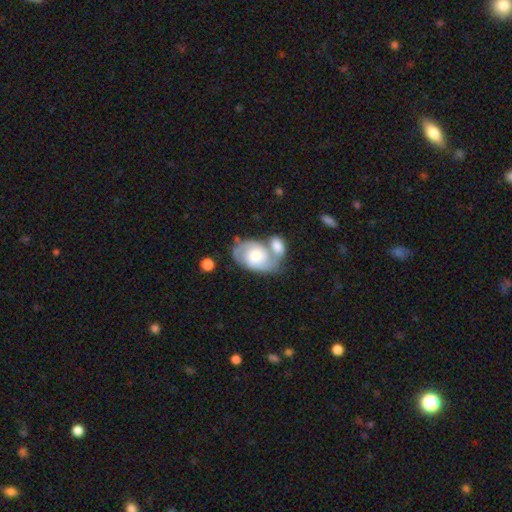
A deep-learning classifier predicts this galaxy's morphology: Smooth or featured: featured or disk — 78% (smooth — 17%)
Edge-on disk: no — 97% (yes — 3%)
Bar: no — 64% (weak — 30%)
Spiral arms: yes — 93% (no — 7%)
Spiral winding: medium — 47% (tight — 39%)
Spiral arm count: 2 — 87% (can't tell — 6%)
Bulge size: moderate — 61% (small — 19%)
Merging: merger — 46% (none — 35%)